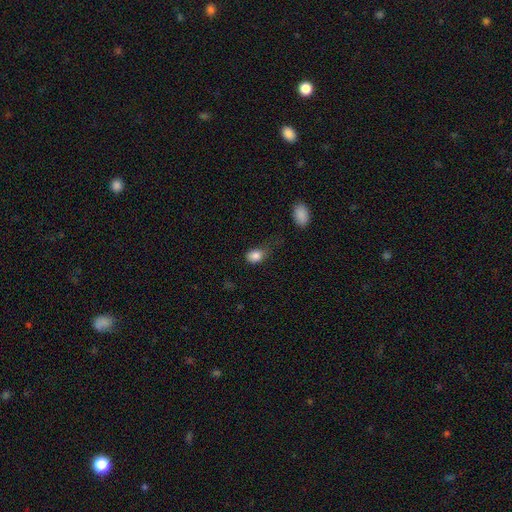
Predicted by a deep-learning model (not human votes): Smooth or featured: smooth — 85% (star or artifact — 10%)
How rounded: in between — 67% (round — 31%)
Merging: none — 43% (minor disturbance — 35%)